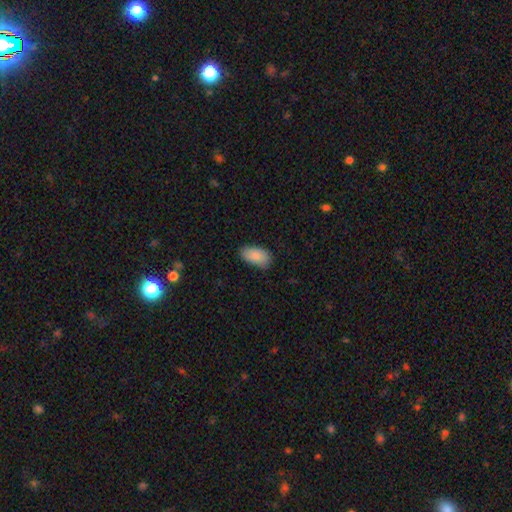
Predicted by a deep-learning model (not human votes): Smooth or featured?
  - smooth: 86% *
  - featured or disk: 8%
  - star or artifact: 7%
How rounded?
  - in between: 94% *
  - round: 4%
  - cigar-shaped: 3%
Merging?
  - none: 79% *
  - minor disturbance: 17%
  - major disturbance: 3%
  - merger: 1%